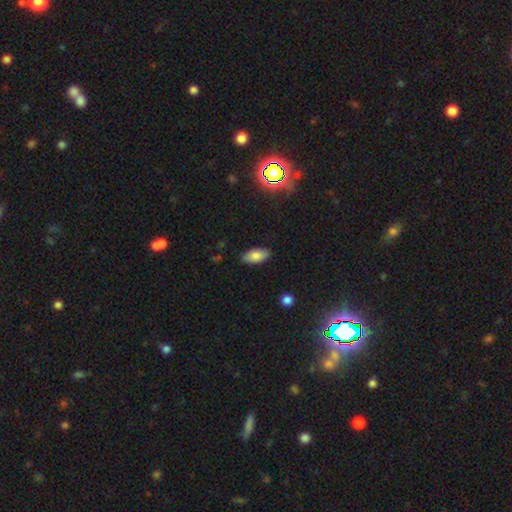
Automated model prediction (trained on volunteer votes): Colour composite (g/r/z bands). It shows a smooth galaxy with no disk features (81%) that is in between round and cigar-shaped (91%). Merging: none (87%).